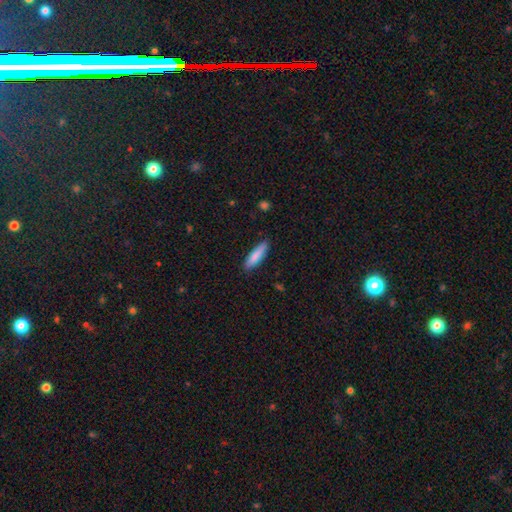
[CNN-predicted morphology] Smooth or featured? smooth (82%)
How rounded? cigar-shaped (71%)
Merging? none (86%)